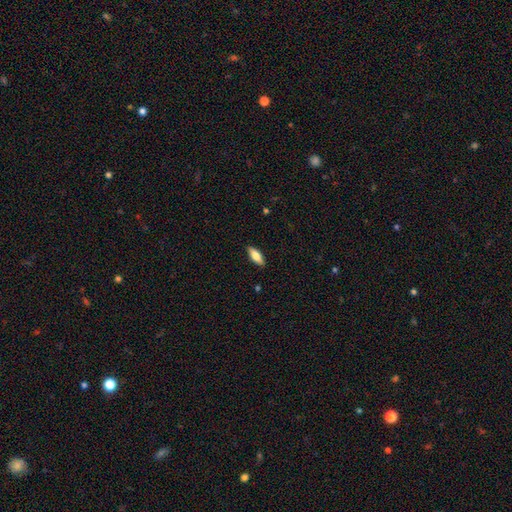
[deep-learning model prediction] This appears to be a smooth galaxy with no disk features (69%) that is in between round and cigar-shaped (70%). Merging: none (89%).